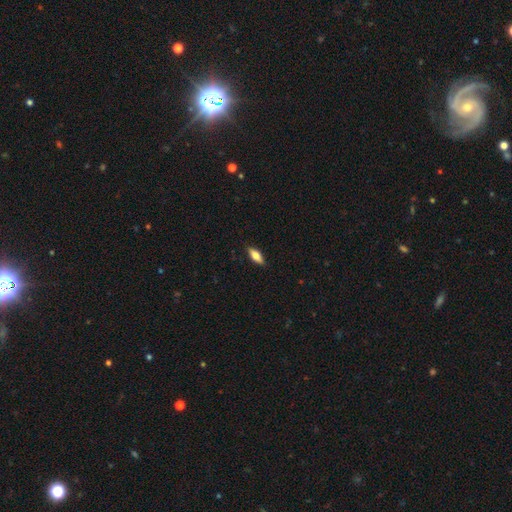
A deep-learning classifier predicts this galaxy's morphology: smooth-or-featured: smooth: 68% | featured or disk: 26% | star or artifact: 6%
  how-rounded: in between: 70% | cigar-shaped: 28% | round: 3%
  merging: none: 89% | minor disturbance: 9% | major disturbance: 2% | merger: 1%